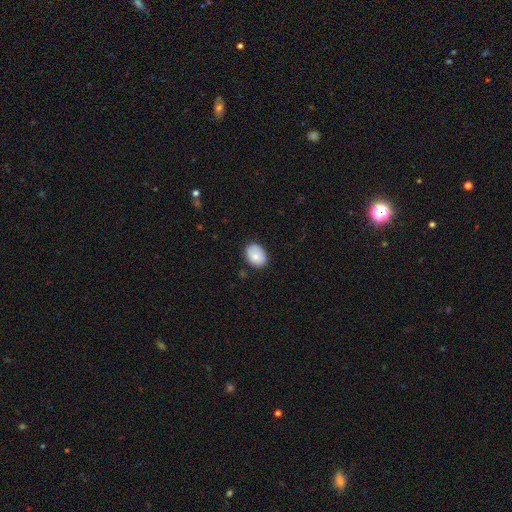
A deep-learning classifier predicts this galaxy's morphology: Q: Smooth or featured?
A: smooth (79%); runner-up: featured or disk (14%)
Q: How rounded?
A: in between (66%); runner-up: round (33%)
Q: Merging?
A: none (80%); runner-up: minor disturbance (15%)